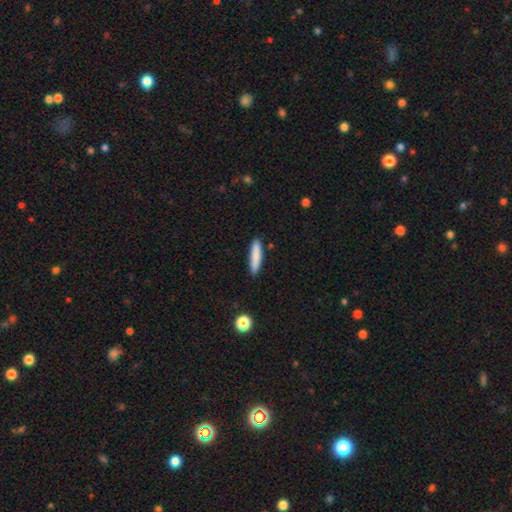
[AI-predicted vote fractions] smooth_or_featured: smooth (p=0.84) [alt: featured or disk p=0.10]
how_rounded: cigar-shaped (p=0.85) [alt: in between p=0.14]
merging: none (p=0.88) [alt: minor disturbance p=0.08]